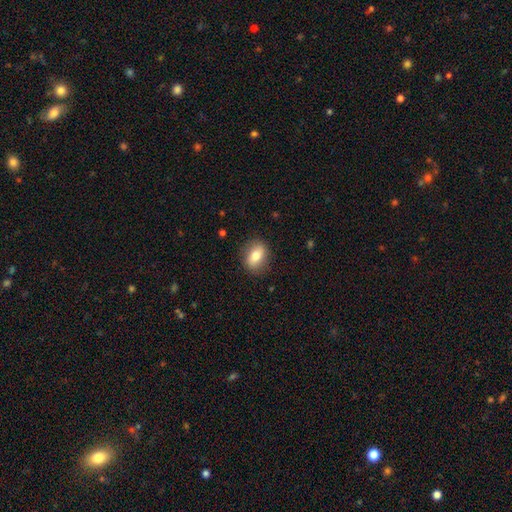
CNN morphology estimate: Smooth or featured? Predicted: smooth (p=0.75). How rounded? Predicted: in between (p=0.71). Merging? Predicted: none (p=0.84).